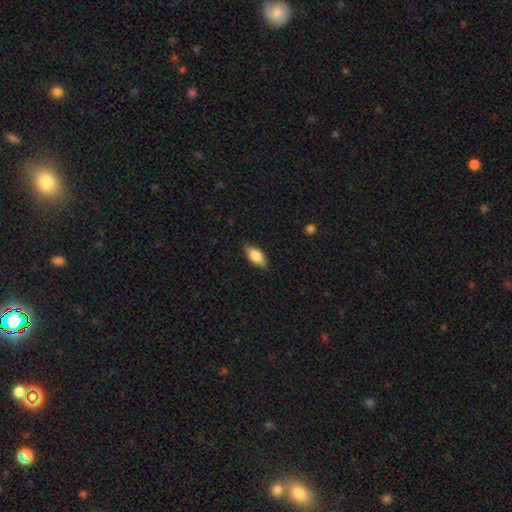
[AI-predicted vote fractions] Smooth or featured?
  - smooth: 81% *
  - featured or disk: 13%
  - star or artifact: 6%
How rounded?
  - in between: 88% *
  - cigar-shaped: 9%
  - round: 3%
Merging?
  - none: 84% *
  - minor disturbance: 13%
  - major disturbance: 2%
  - merger: 1%